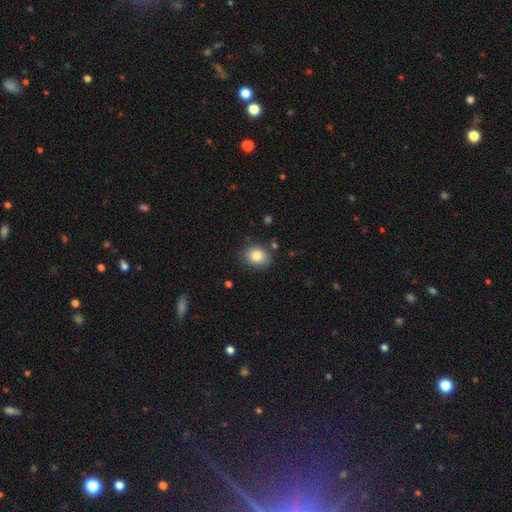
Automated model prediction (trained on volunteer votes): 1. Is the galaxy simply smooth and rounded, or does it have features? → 84% smooth, 9% star or artifact, 7% featured or disk.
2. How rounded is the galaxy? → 54% round, 45% in between, 1% cigar-shaped.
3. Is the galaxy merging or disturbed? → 82% none, 12% minor disturbance, 3% major disturbance, 2% merger.